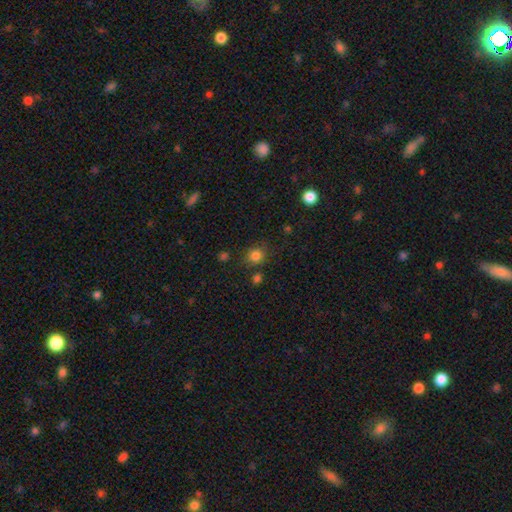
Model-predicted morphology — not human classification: Q: Smooth or featured?
A: smooth (81%); runner-up: star or artifact (13%)
Q: How rounded?
A: round (82%); runner-up: in between (17%)
Q: Merging?
A: none (75%); runner-up: minor disturbance (14%)